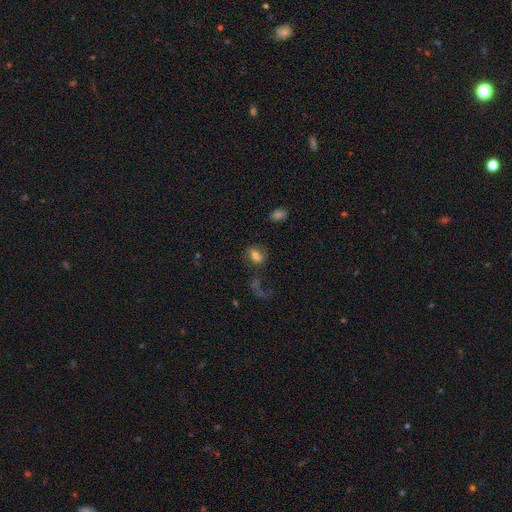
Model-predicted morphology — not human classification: This appears to be a smooth galaxy with no disk features (52%) that is in between round and cigar-shaped (70%). Merging: none (58%).